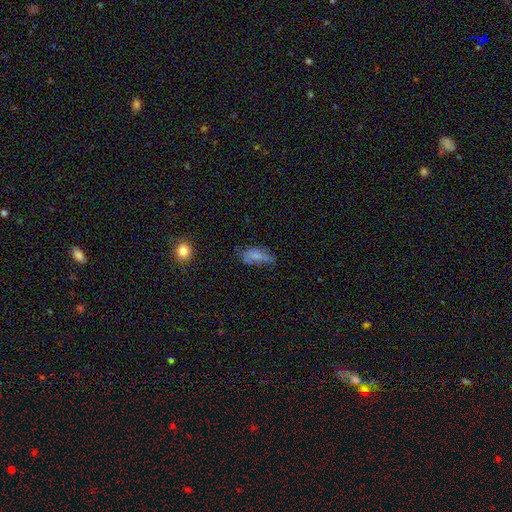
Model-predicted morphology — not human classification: The model was most divided on "merging": none: 47%, minor disturbance: 32%, major disturbance: 17%, merger: 4%. More confident: how rounded — in between (86%); smooth or featured — smooth (64%).